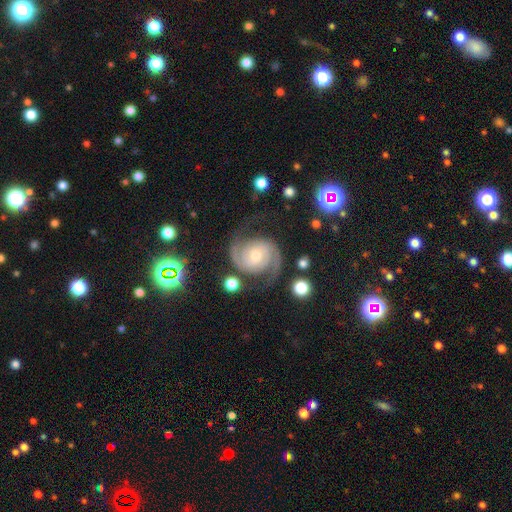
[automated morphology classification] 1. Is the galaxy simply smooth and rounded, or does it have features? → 91% featured or disk, 5% star or artifact, 4% smooth.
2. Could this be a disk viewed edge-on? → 98% no, 2% yes.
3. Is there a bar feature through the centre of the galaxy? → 60% no, 30% weak, 10% strong.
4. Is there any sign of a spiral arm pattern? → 98% yes, 2% no.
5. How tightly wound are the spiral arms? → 47% tight, 44% medium, 9% loose.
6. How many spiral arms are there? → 93% 2, 2% 3, 2% can't tell, 1% 1, 1% 4, 1% more than 4.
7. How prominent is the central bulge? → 57% moderate, 37% small, 4% large, 2% none, 1% dominant.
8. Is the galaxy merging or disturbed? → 76% none, 15% minor disturbance, 7% major disturbance, 2% merger.